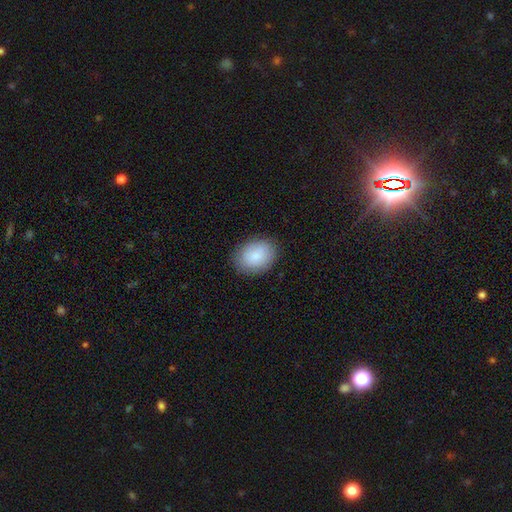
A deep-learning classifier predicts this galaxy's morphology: smooth 86%, featured or disk 8%, star or artifact 7%. Down the decision tree: how rounded — in between (72%); merging — none (85%).